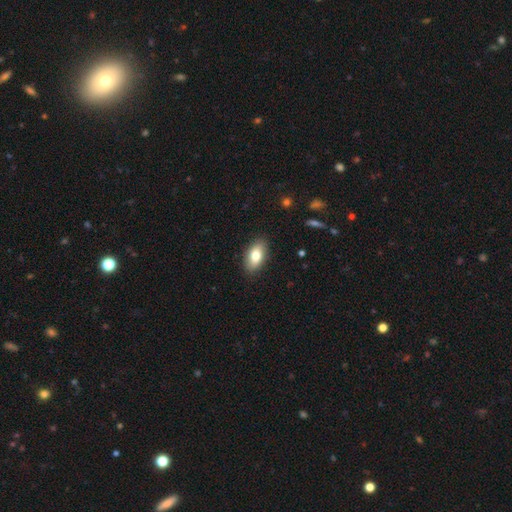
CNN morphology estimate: A smooth galaxy with no disk features (79%) that is in between round and cigar-shaped (91%).

Vote fractions:
- Smooth or featured? smooth: 79% / featured or disk: 14% / star or artifact: 7%
- How rounded? in between: 91% / cigar-shaped: 5% / round: 4%
- Merging? none: 88% / minor disturbance: 9% / major disturbance: 2% / merger: 1%